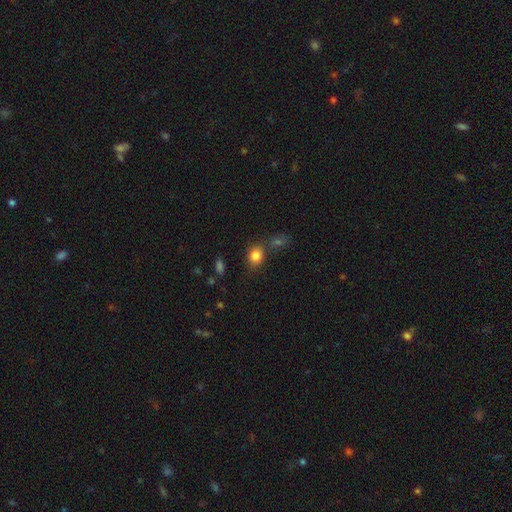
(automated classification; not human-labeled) Overall: smooth (83%). How rounded: round (51%; in between 47%). Merging: none (64%).